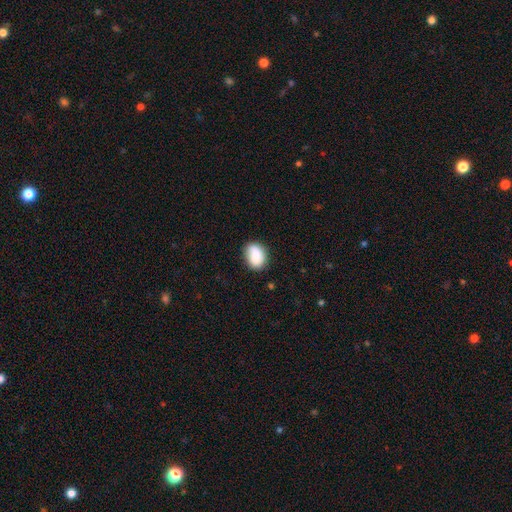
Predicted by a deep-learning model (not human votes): This appears to be a smooth galaxy with no disk features (82%) that is in between round and cigar-shaped (65%). Merging: none (77%).